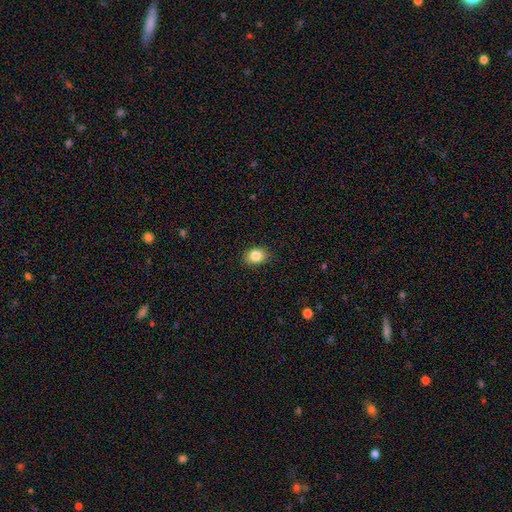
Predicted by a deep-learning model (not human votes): A smooth galaxy with no disk features (84%) that is in between round and cigar-shaped (62%). Merging: none (86%).